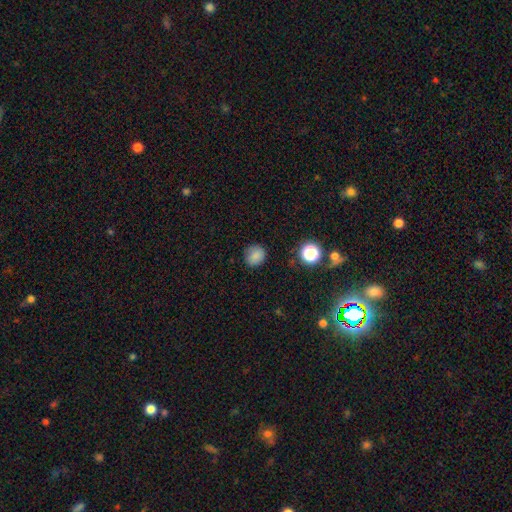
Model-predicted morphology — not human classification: Smooth or featured? smooth (81%)
How rounded? round (78%)
Merging? none (81%)